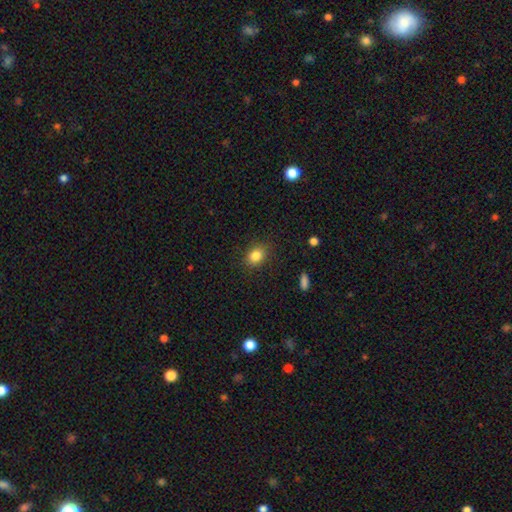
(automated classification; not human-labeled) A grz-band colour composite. It shows a smooth galaxy with no disk features (84%) that is in between round and cigar-shaped (58%). Merging: none (84%).